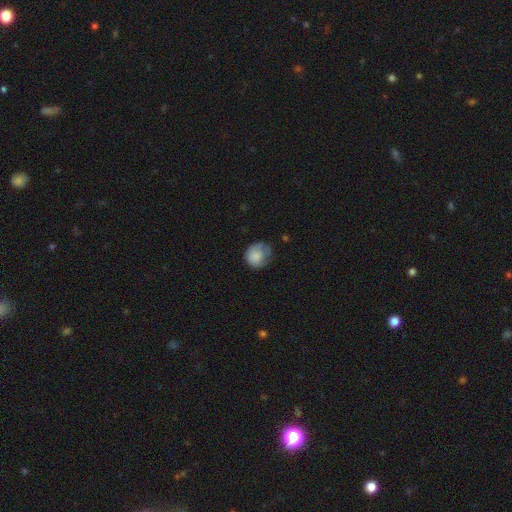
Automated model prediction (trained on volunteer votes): This is likely a smooth galaxy (80%). How rounded: likely round (77%). Merging: possibly none (52%).